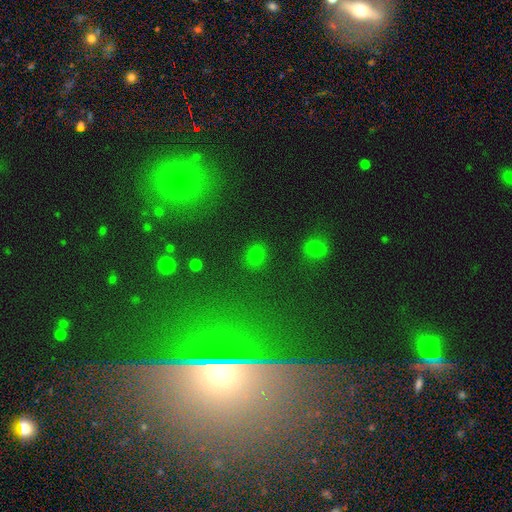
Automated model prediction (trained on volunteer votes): smooth-or-featured: smooth: 74% | star or artifact: 20% | featured or disk: 6%
  how-rounded: round: 77% | in between: 22% | cigar-shaped: 1%
  merging: none: 87% | minor disturbance: 7% | major disturbance: 3% | merger: 3%